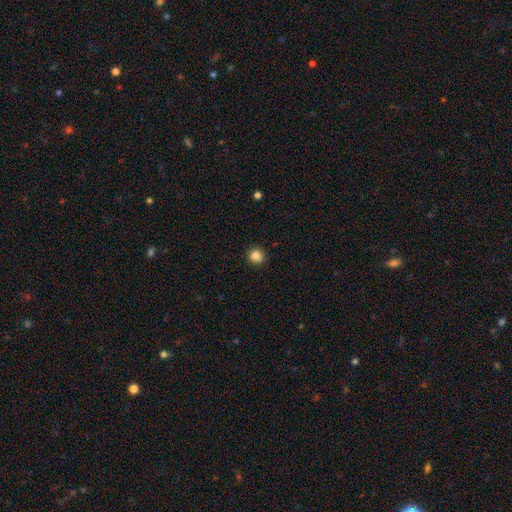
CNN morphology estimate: This is clearly a smooth galaxy (85%). How rounded: clearly round (92%). Merging: clearly none (90%).